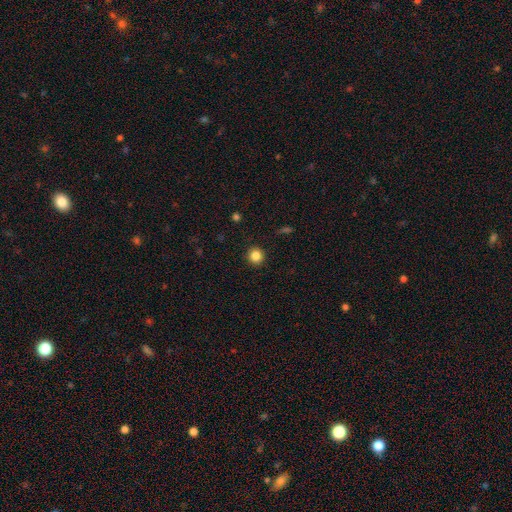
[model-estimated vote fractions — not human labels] A smooth galaxy with no disk features (84%) that is round (94%).

Vote fractions:
- Smooth or featured? smooth: 84% / star or artifact: 11% / featured or disk: 5%
- How rounded? round: 94% / in between: 5% / cigar-shaped: 1%
- Merging? none: 92% / minor disturbance: 5% / major disturbance: 2% / merger: 1%